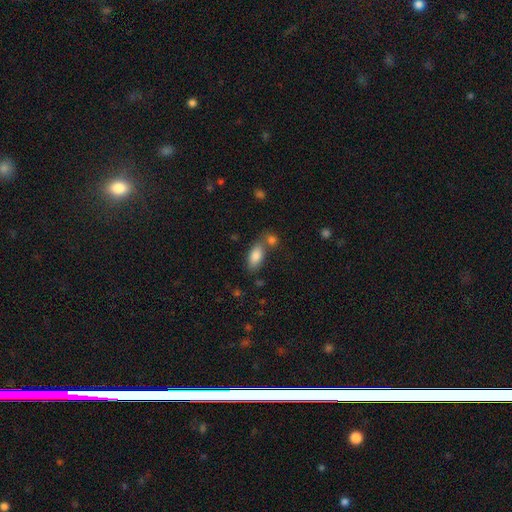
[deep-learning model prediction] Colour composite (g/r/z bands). It shows a smooth galaxy with no disk features (85%) that is in between round and cigar-shaped (88%). Merging: none (61%).